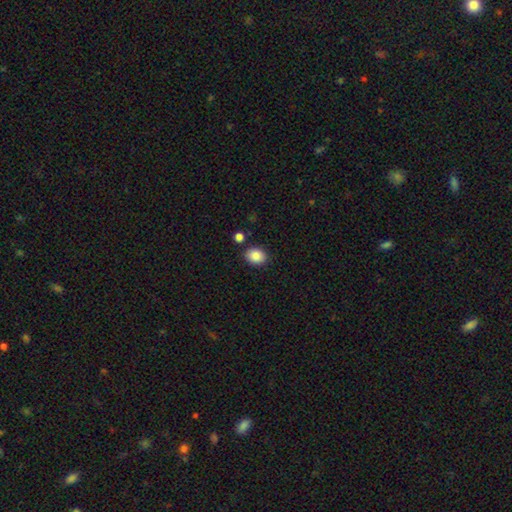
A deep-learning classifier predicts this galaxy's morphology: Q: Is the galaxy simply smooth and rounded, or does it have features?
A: smooth — 88%.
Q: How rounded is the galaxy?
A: in between — 55%.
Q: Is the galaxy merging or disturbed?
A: none — 84%.